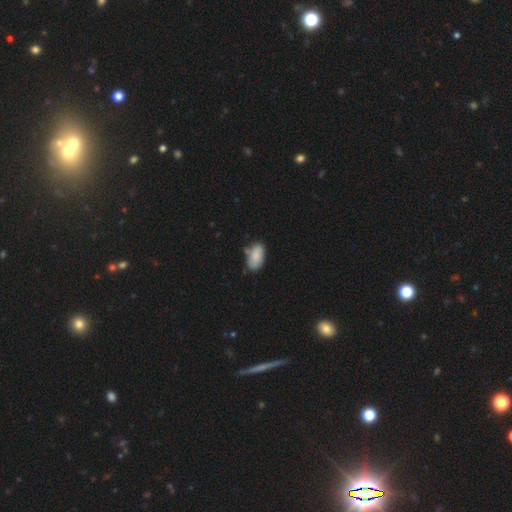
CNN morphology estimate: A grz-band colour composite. It shows a smooth galaxy with no disk features (84%) that is in between round and cigar-shaped (93%). Merging: none (62%).